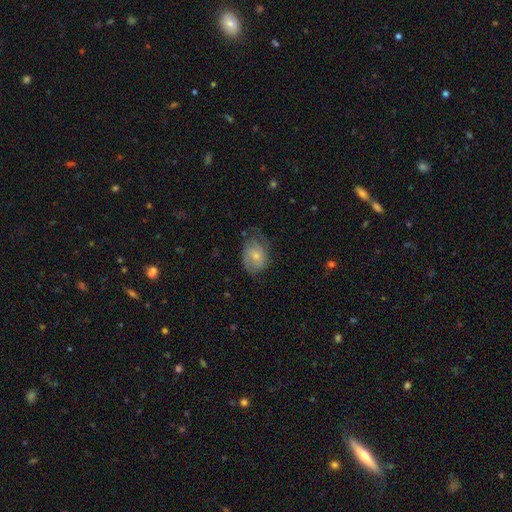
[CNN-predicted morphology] Smooth or featured: featured or disk — 50% (smooth — 43%)
Merging: none — 52% (minor disturbance — 30%)